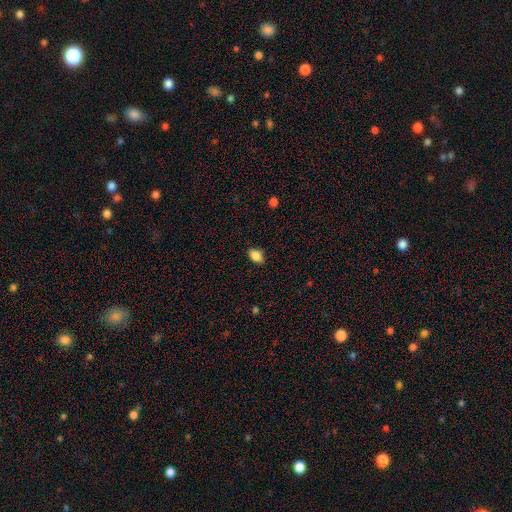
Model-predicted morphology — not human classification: smooth-or-featured: smooth: 87% | star or artifact: 8% | featured or disk: 5%
  how-rounded: in between: 86% | round: 12% | cigar-shaped: 2%
  merging: none: 85% | minor disturbance: 11% | major disturbance: 2% | merger: 1%